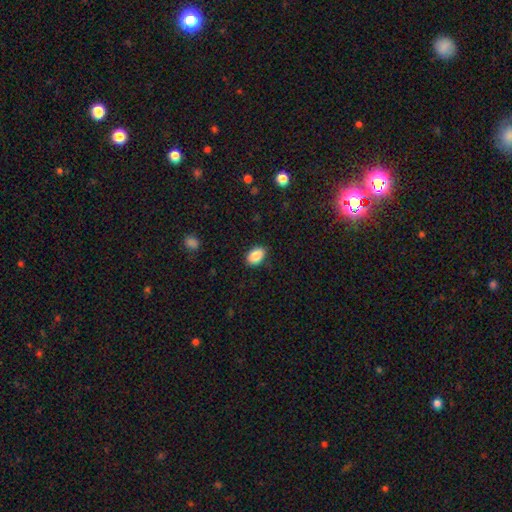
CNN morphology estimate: Smooth or featured: smooth — 88% (star or artifact — 8%)
How rounded: in between — 82% (round — 16%)
Merging: none — 85% (minor disturbance — 11%)